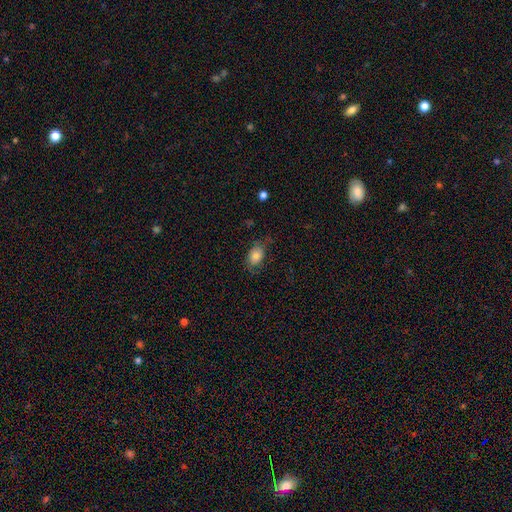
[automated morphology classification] This appears to be a smooth galaxy with no disk features (75%) that is in between round and cigar-shaped (82%). Merging: none (62%).